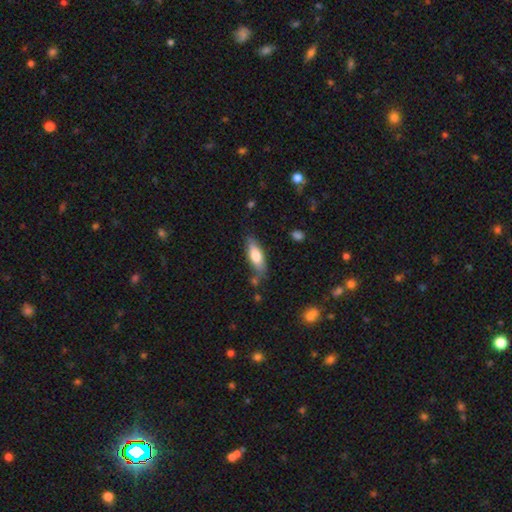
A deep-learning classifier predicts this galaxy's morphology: A smooth galaxy with no disk features (71%) that is in between round and cigar-shaped (60%). Merging: none (73%).